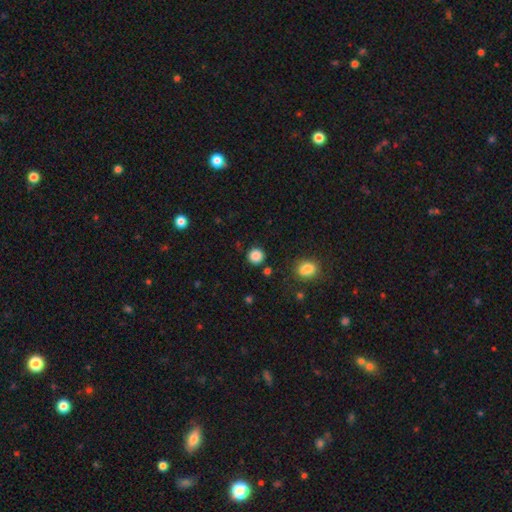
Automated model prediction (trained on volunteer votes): A smooth galaxy with no disk features (86%) that is round (93%).

Vote fractions:
- Smooth or featured? smooth: 86% / star or artifact: 11% / featured or disk: 3%
- How rounded? round: 93% / in between: 6% / cigar-shaped: 1%
- Merging? none: 88% / minor disturbance: 7% / merger: 3% / major disturbance: 2%